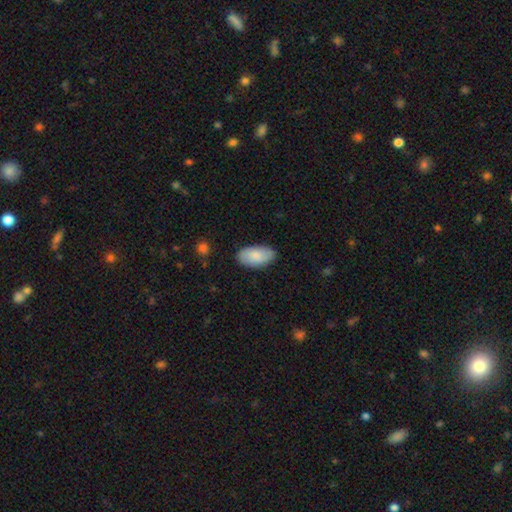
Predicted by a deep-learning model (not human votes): Morphology: type=smooth (81%); roundness=in between (95%); merging=none (83%).